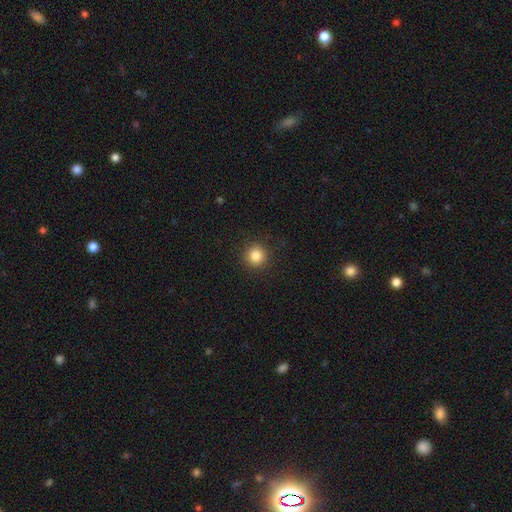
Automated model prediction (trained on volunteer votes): Overall: smooth (84%). How rounded: round (95%). Merging: none (92%).